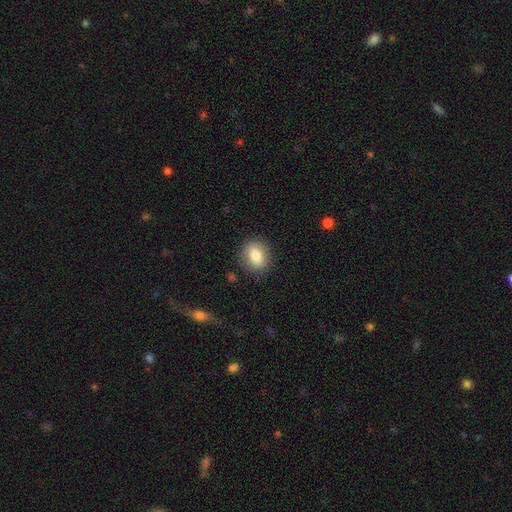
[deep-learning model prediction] Smooth or featured? smooth (81%)
How rounded? round (51%)
Merging? none (86%)